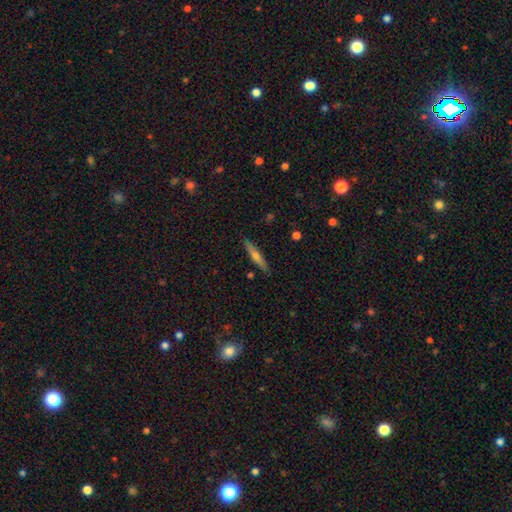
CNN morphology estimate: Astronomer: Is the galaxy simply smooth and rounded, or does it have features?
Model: featured or disk — 54% (runner-up: smooth, 39%).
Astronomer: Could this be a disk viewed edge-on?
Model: yes — 96%.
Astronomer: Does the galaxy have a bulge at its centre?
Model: rounded — 80%.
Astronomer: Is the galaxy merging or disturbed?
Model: none — 90%.